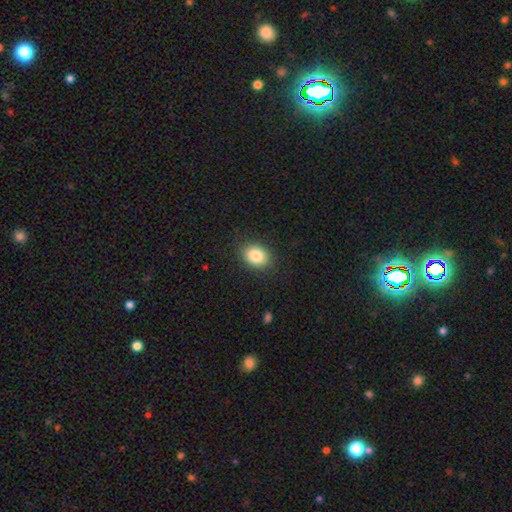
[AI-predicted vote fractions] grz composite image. It shows a smooth galaxy with no disk features (84%) that is in between round and cigar-shaped (63%). Merging: none (88%).